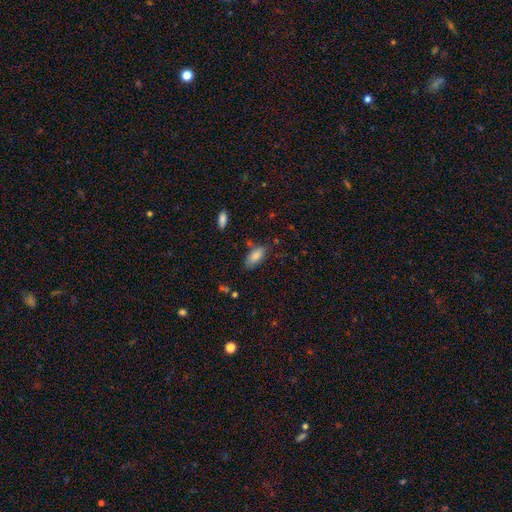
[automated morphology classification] This is clearly a smooth galaxy (83%). How rounded: clearly in between (88%). Merging: likely none (68%).